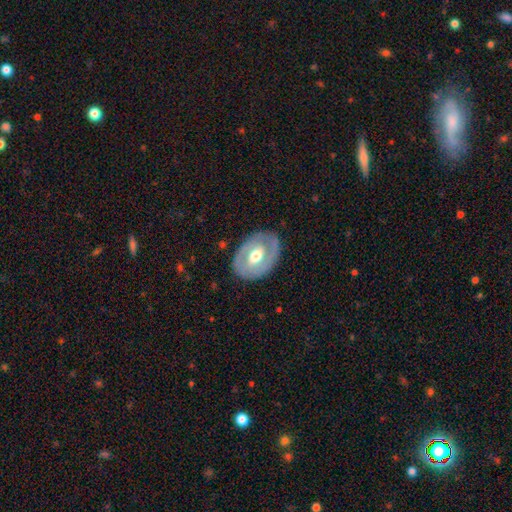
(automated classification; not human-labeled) Smooth or featured? featured or disk (61%)
Edge-on disk? no (92%)
Bar? no (45%)
Spiral arms? no (66%)
Bulge size? moderate (72%)
Merging? none (82%)